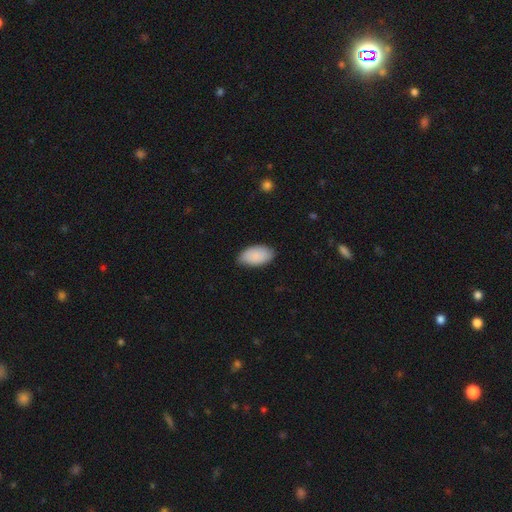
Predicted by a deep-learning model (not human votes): Q: Smooth or featured?
A: smooth (88%); runner-up: featured or disk (6%)
Q: How rounded?
A: in between (95%); runner-up: round (3%)
Q: Merging?
A: none (79%); runner-up: minor disturbance (17%)